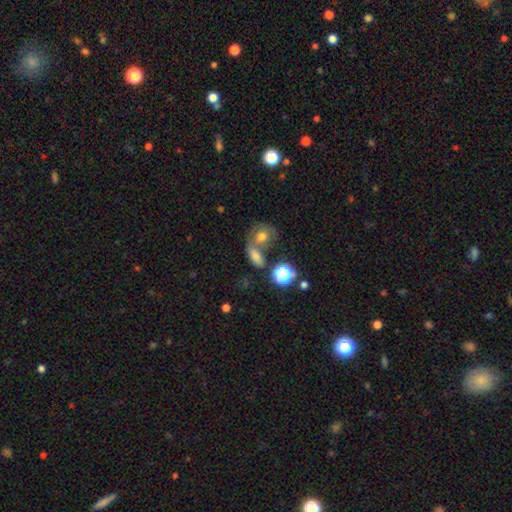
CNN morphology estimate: Q: Smooth or featured?
A: smooth (63%); runner-up: star or artifact (19%)
Q: How rounded?
A: in between (62%); runner-up: round (33%)
Q: Merging?
A: merger (49%); runner-up: none (34%)